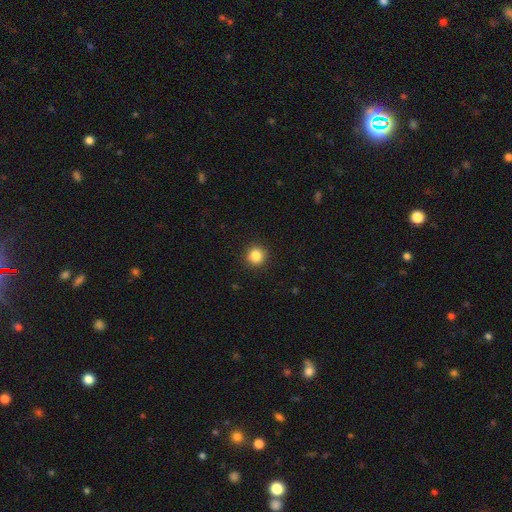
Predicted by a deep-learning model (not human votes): This is clearly a smooth galaxy (86%). How rounded: clearly round (94%). Merging: clearly none (92%).